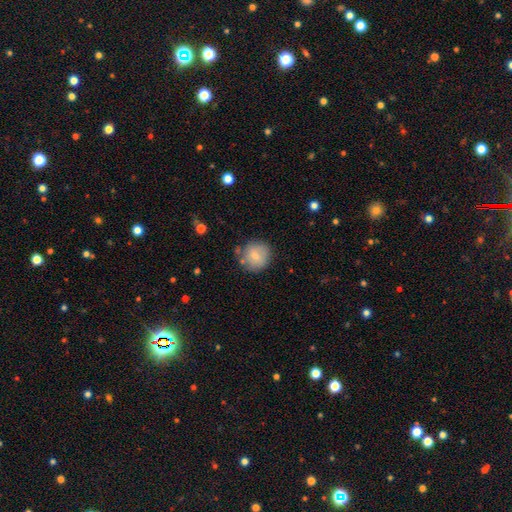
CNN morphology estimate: A smooth galaxy with no disk features (77%) that is round (88%).

Vote fractions:
- Smooth or featured? smooth: 77% / featured or disk: 15% / star or artifact: 8%
- How rounded? round: 88% / in between: 11% / cigar-shaped: 1%
- Merging? none: 73% / minor disturbance: 17% / major disturbance: 5% / merger: 5%